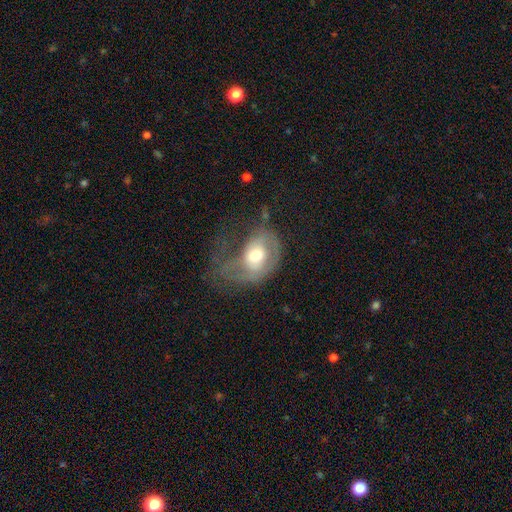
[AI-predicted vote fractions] Smooth or featured? Predicted: featured or disk (p=0.48). Merging? Predicted: major disturbance (p=0.53).